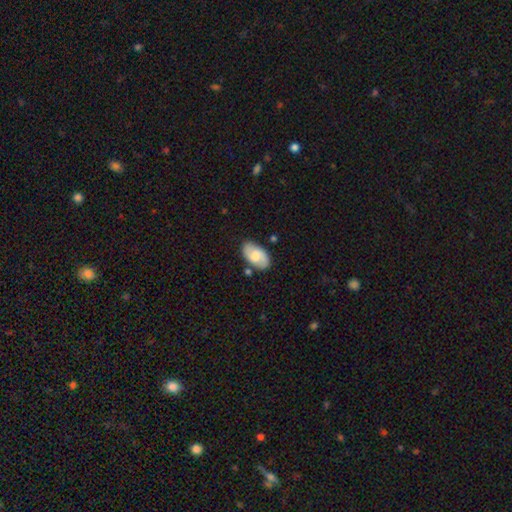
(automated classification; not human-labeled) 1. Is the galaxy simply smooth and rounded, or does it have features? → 49% smooth, 45% featured or disk, 6% star or artifact.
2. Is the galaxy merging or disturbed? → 75% none, 16% minor disturbance, 5% merger, 4% major disturbance.